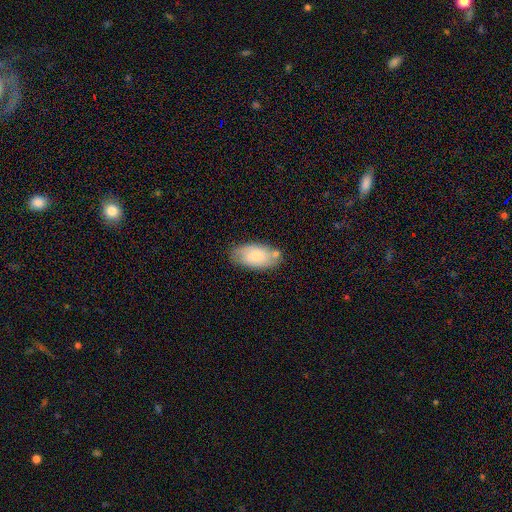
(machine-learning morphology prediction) The model was most divided on "merging": none: 67%, minor disturbance: 19%, merger: 10%, major disturbance: 4%. More confident: how rounded — in between (94%); smooth or featured — smooth (77%).